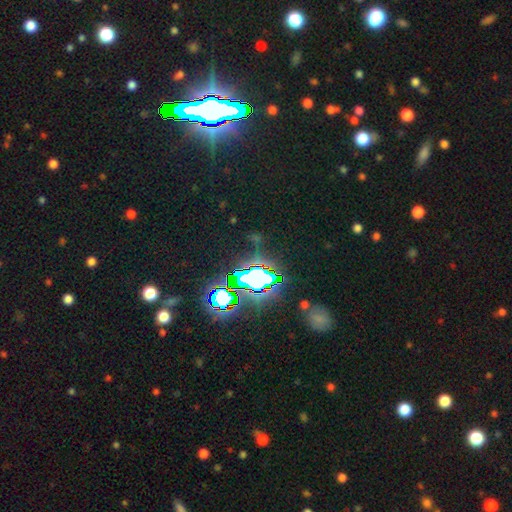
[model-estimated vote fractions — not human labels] Smooth or featured: star or artifact — 82% (smooth — 9%)